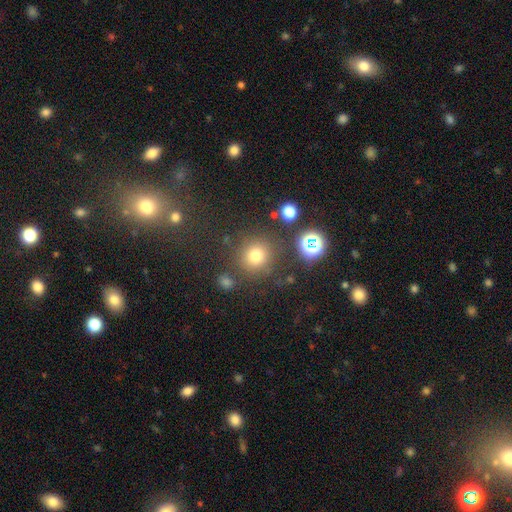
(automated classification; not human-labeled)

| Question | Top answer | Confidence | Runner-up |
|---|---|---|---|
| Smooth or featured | smooth | 73% | star or artifact (19%) |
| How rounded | round | 91% | in between (8%) |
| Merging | none | 80% | minor disturbance (9%) |